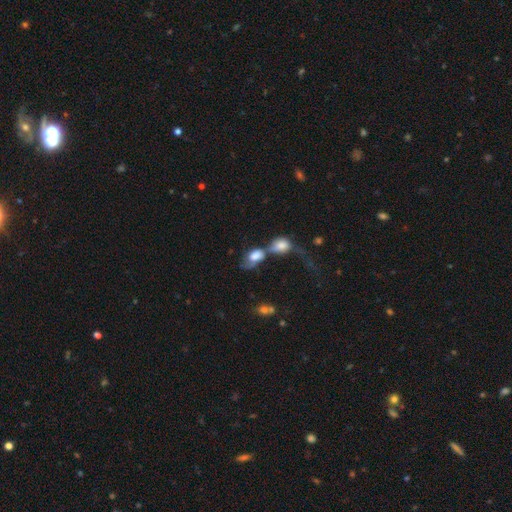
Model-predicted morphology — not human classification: This appears to be a smooth galaxy with no disk features (65%) that is in between round and cigar-shaped (81%). Merging: merger (69%).